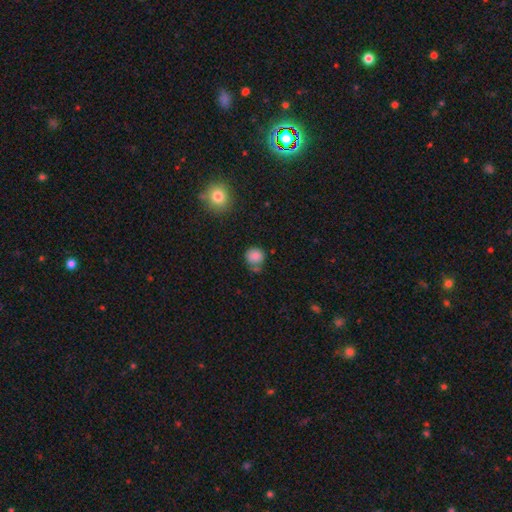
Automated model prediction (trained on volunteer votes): This appears to be a smooth galaxy with no disk features (84%) that is round (87%). Merging: none (60%).